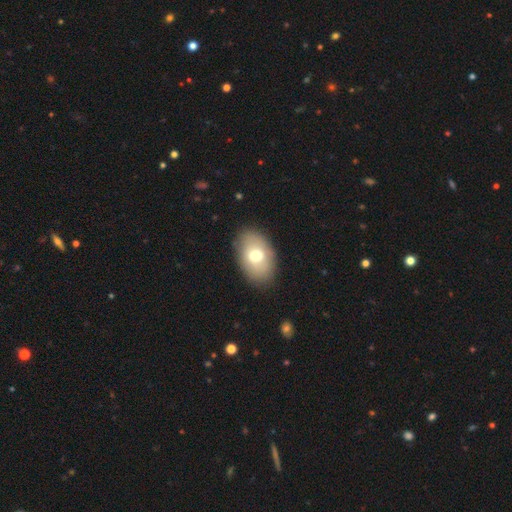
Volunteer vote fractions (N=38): A smooth galaxy with no disk features (63%) that is in between round and cigar-shaped (88%). Merging: none (83%).